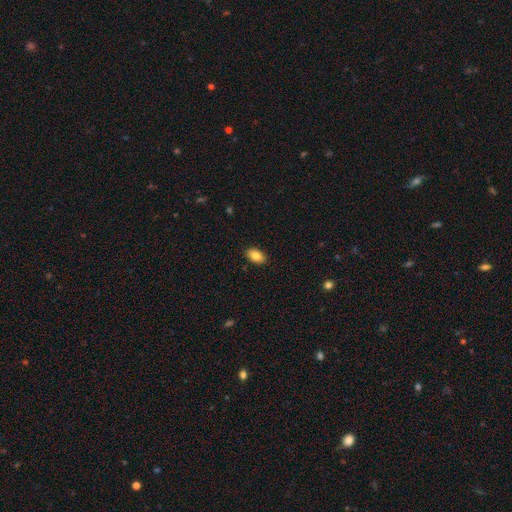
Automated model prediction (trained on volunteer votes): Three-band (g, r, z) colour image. It shows a smooth galaxy with no disk features (85%) that is in between round and cigar-shaped (90%). Merging: none (89%).